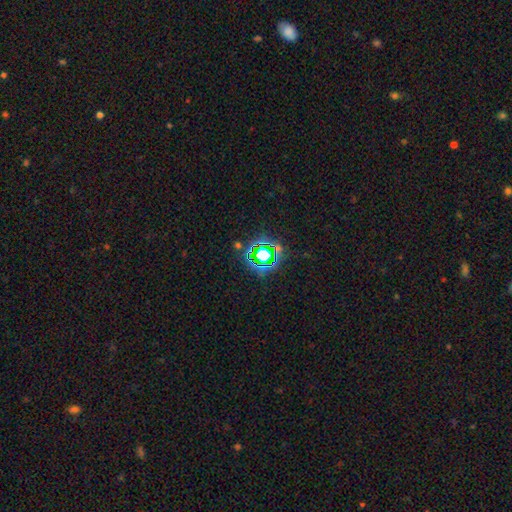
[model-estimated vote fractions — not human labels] Smooth or featured? Predicted: star or artifact (p=0.74).